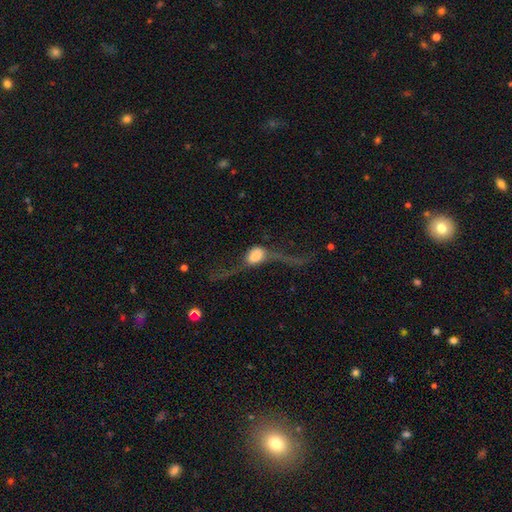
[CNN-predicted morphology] featured or disk 49%, smooth 41%, star or artifact 10%. Down the decision tree: merging — major disturbance (54%).